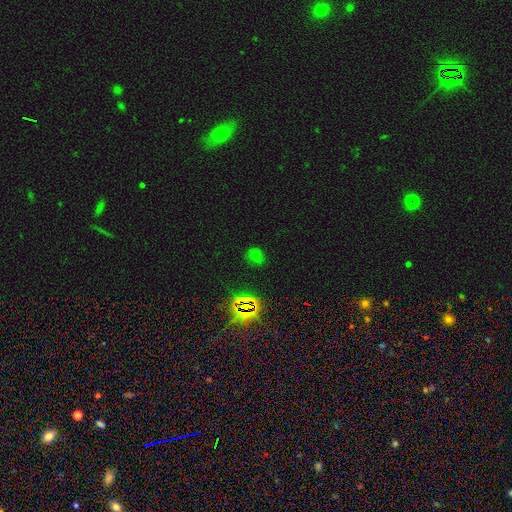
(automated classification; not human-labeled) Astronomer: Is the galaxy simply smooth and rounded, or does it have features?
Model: star or artifact — 48% (runner-up: smooth, 44%).